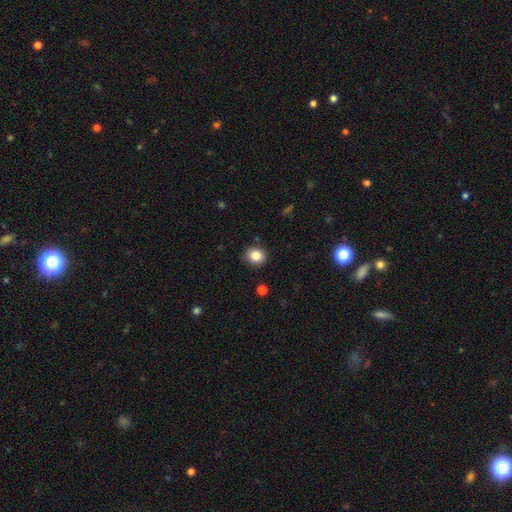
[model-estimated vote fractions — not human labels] smooth-or-featured: smooth: 83% | star or artifact: 11% | featured or disk: 6%
  how-rounded: round: 83% | in between: 16% | cigar-shaped: 1%
  merging: none: 87% | minor disturbance: 9% | major disturbance: 2% | merger: 2%